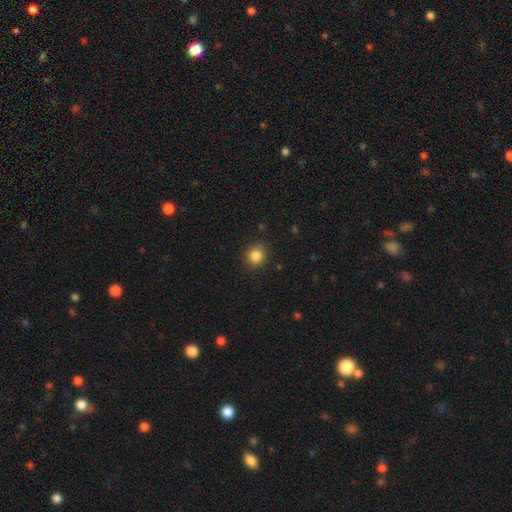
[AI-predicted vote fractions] Morphology: type=smooth (86%); roundness=round (85%); merging=none (86%).